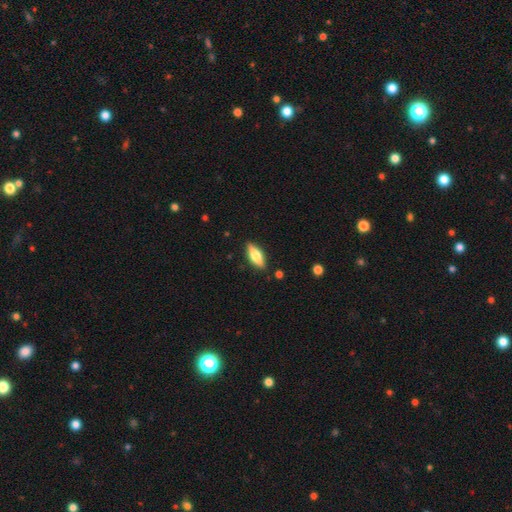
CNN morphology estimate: smooth 60%, featured or disk 34%, star or artifact 6%. Down the decision tree: how rounded — in between (69%); merging — none (87%).